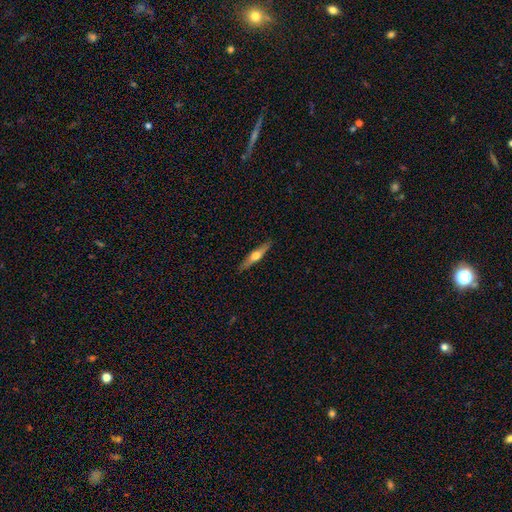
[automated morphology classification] This is possibly a featured or disk galaxy (57%). It is clearly viewed edge-on (95%). Edge-on bulge: clearly rounded (93%). Merging: clearly none (89%).